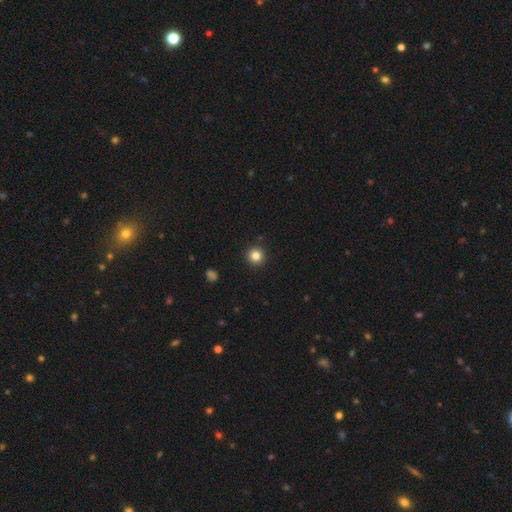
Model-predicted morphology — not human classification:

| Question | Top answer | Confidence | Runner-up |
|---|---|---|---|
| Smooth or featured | smooth | 83% | star or artifact (12%) |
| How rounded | round | 95% | in between (4%) |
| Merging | none | 92% | minor disturbance (5%) |